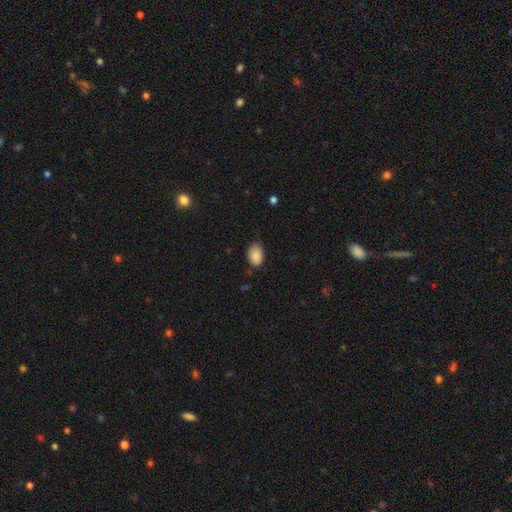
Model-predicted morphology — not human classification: Smooth or featured? smooth (87%)
How rounded? in between (82%)
Merging? none (72%)